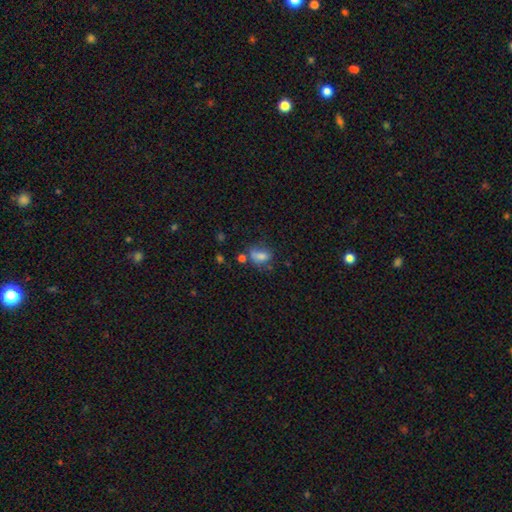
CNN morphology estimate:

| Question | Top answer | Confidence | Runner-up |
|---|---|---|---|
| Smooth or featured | smooth | 57% | star or artifact (24%) |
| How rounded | in between | 66% | round (29%) |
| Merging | none | 51% | minor disturbance (22%) |